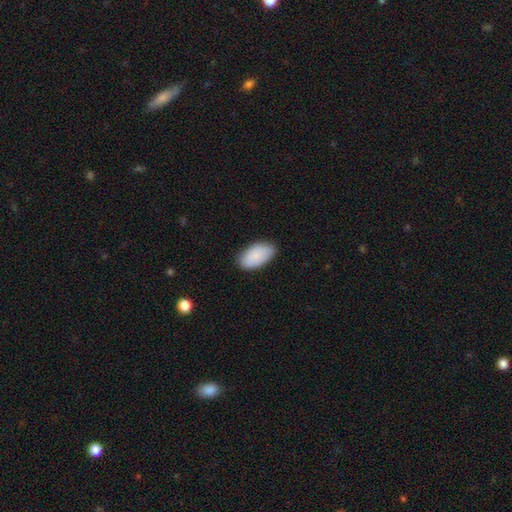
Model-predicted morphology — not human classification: Smooth or featured: smooth — 87% (featured or disk — 7%)
How rounded: in between — 95% (round — 3%)
Merging: none — 79% (minor disturbance — 17%)